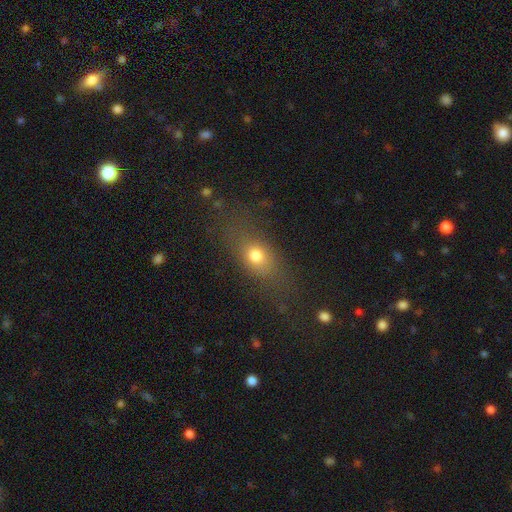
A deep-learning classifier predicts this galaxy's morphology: The model was most divided on "how rounded": in between: 62%, round: 25%, cigar-shaped: 12%. More confident: smooth or featured — smooth (70%); merging — none (67%).